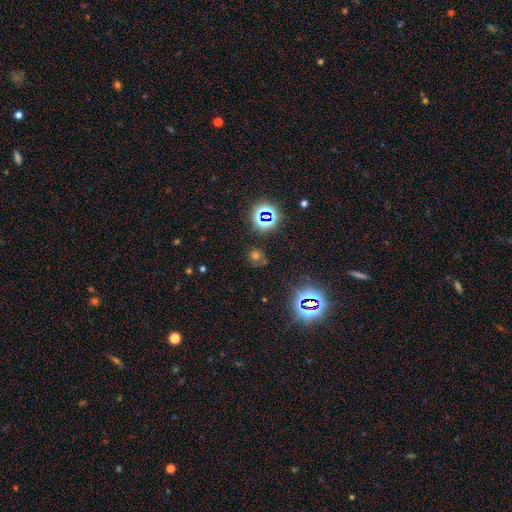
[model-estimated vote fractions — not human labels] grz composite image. It shows a star or artifact, not a galaxy (56%).